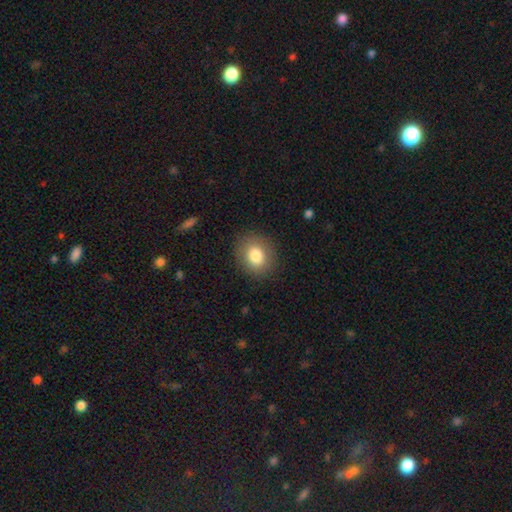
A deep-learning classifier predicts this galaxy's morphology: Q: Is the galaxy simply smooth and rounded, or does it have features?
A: smooth — 82%.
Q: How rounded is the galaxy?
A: round — 63%.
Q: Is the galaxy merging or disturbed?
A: none — 87%.